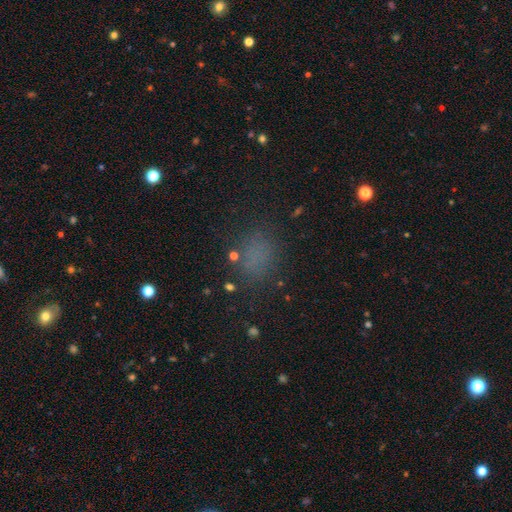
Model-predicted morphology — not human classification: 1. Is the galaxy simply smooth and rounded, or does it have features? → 68% smooth, 25% star or artifact, 7% featured or disk.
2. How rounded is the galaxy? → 52% in between, 46% round, 2% cigar-shaped.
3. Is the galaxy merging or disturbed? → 77% none, 13% minor disturbance, 8% major disturbance, 2% merger.